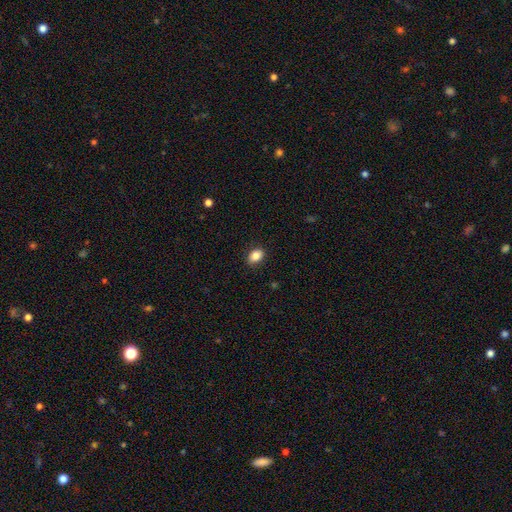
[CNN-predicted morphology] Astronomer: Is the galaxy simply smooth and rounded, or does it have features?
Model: smooth — 86%.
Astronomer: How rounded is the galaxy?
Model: in between — 79%.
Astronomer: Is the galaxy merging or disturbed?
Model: none — 87%.